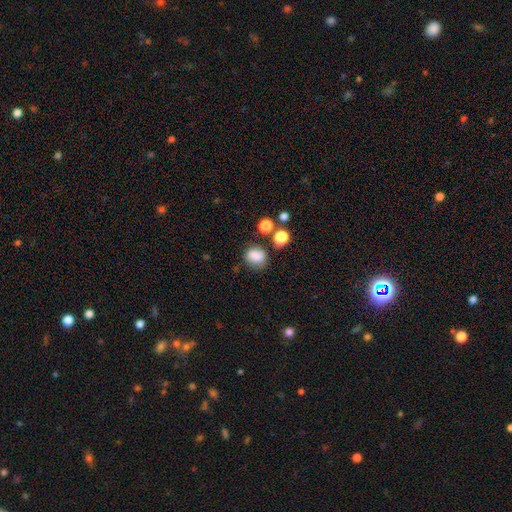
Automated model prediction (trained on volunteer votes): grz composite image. It shows a smooth galaxy with no disk features (82%) that is round (57%). Merging: none (66%).